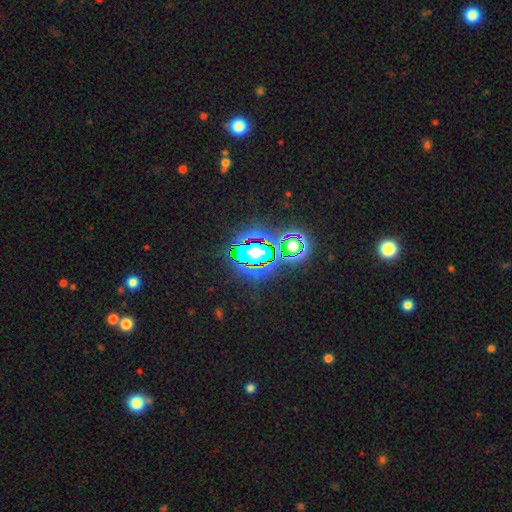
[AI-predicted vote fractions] star or artifact 80%, smooth 12%, featured or disk 8%.